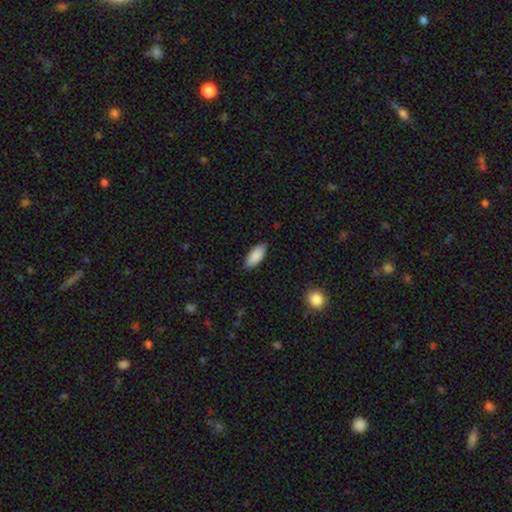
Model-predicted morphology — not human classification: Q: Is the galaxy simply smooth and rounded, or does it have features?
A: smooth — 90%.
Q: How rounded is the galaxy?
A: in between — 86%.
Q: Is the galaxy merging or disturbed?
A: none — 88%.